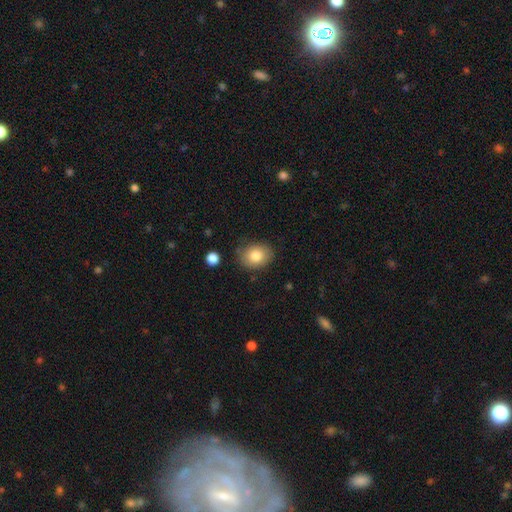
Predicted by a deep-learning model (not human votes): This is clearly a smooth galaxy (82%). How rounded: possibly in between (59%). Merging: likely none (79%).